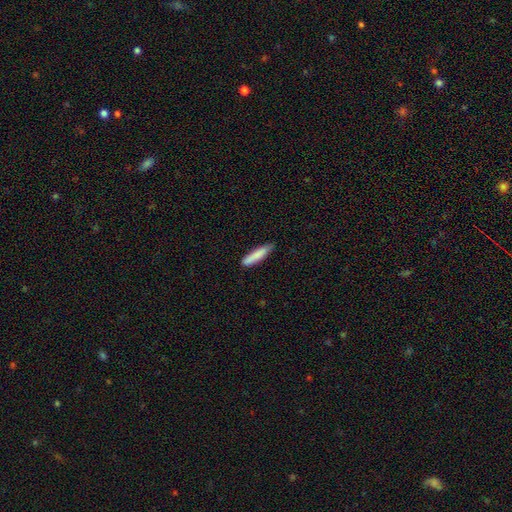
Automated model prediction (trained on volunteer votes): Smooth or featured? smooth (84%)
How rounded? cigar-shaped (84%)
Merging? none (79%)